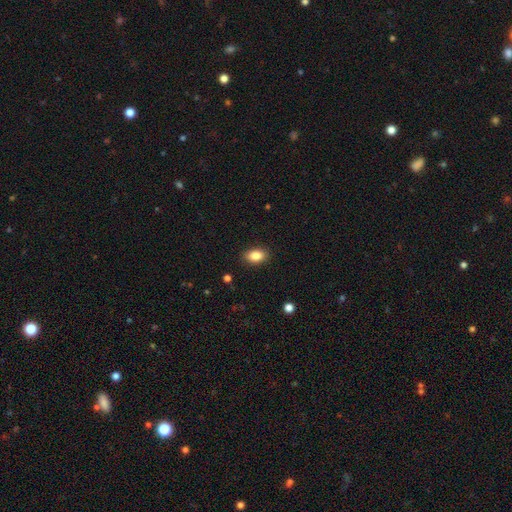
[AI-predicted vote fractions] This appears to be a smooth galaxy with no disk features (86%) that is in between round and cigar-shaped (87%). Merging: none (89%).